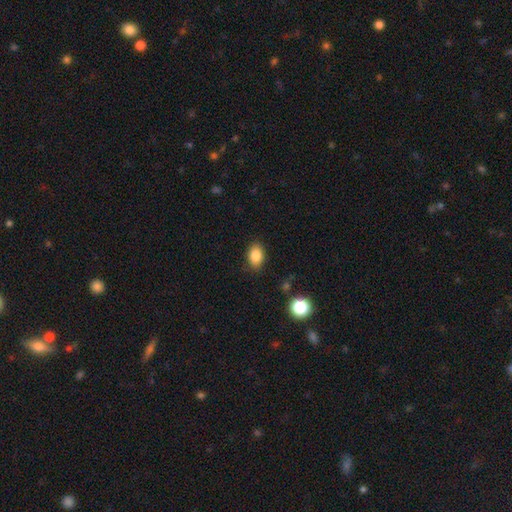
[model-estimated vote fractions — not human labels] smooth_or_featured: smooth (p=0.85) [alt: star or artifact p=0.09]
how_rounded: in between (p=0.80) [alt: round p=0.18]
merging: none (p=0.83) [alt: minor disturbance p=0.12]